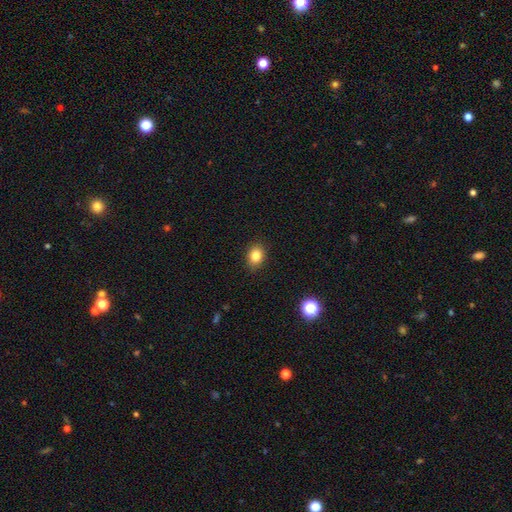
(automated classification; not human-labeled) This appears to be a smooth galaxy with no disk features (83%) that is in between round and cigar-shaped (57%). Merging: none (88%).